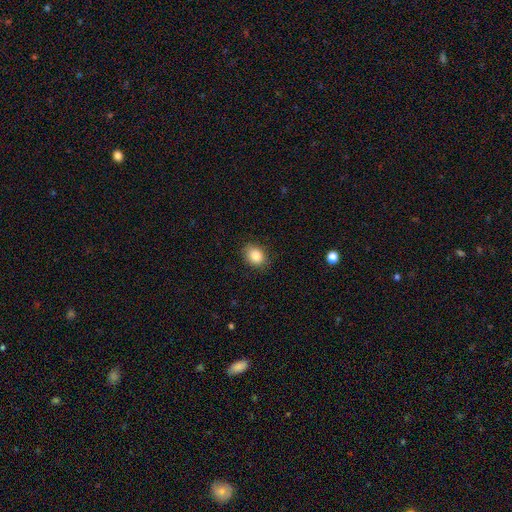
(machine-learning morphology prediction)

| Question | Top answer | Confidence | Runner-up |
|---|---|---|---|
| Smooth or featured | smooth | 86% | star or artifact (9%) |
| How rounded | in between | 51% | round (48%) |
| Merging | none | 85% | minor disturbance (11%) |